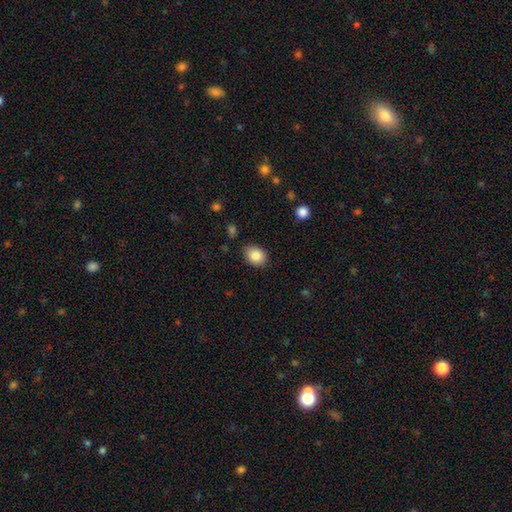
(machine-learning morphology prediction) Overall: smooth (86%). How rounded: in between (59%; round 41%). Merging: none (81%).